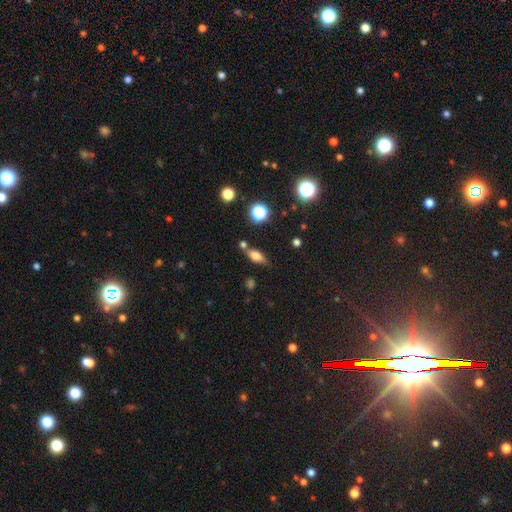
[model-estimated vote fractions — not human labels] Smooth or featured?
  - smooth: 65% *
  - featured or disk: 23%
  - star or artifact: 12%
How rounded?
  - in between: 70% *
  - cigar-shaped: 22%
  - round: 8%
Merging?
  - none: 68% *
  - minor disturbance: 15%
  - merger: 13%
  - major disturbance: 5%